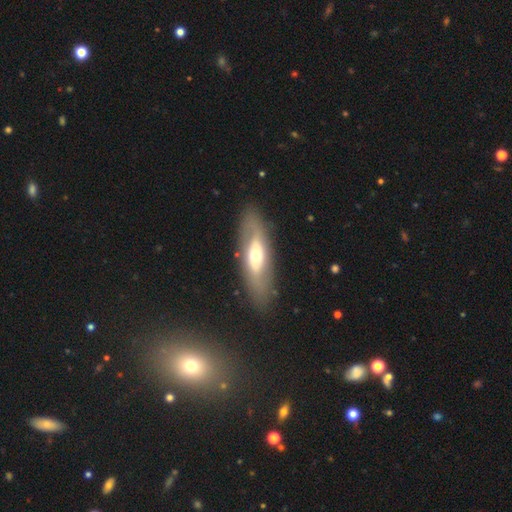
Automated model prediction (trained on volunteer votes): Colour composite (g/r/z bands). It shows a featured or disk galaxy (56%). Merging: none (81%).